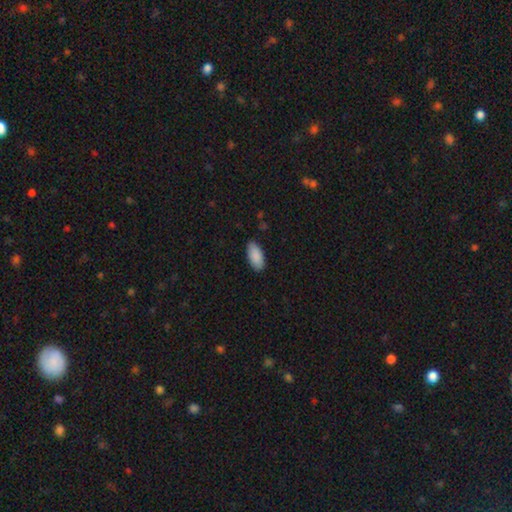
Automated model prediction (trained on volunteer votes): Smooth or featured? smooth (90%)
How rounded? in between (91%)
Merging? none (86%)